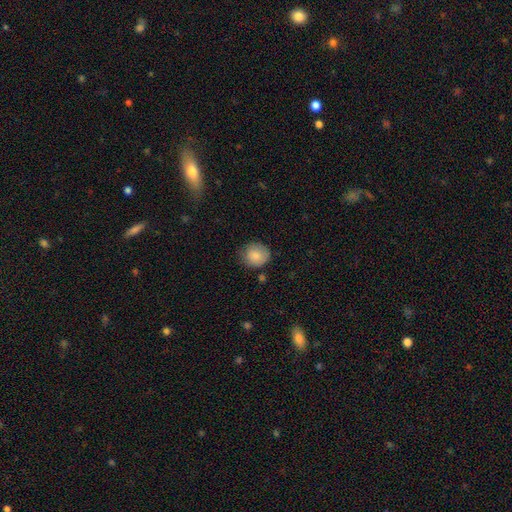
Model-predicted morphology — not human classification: This is clearly a smooth galaxy (85%). How rounded: clearly round (82%). Merging: likely none (72%).